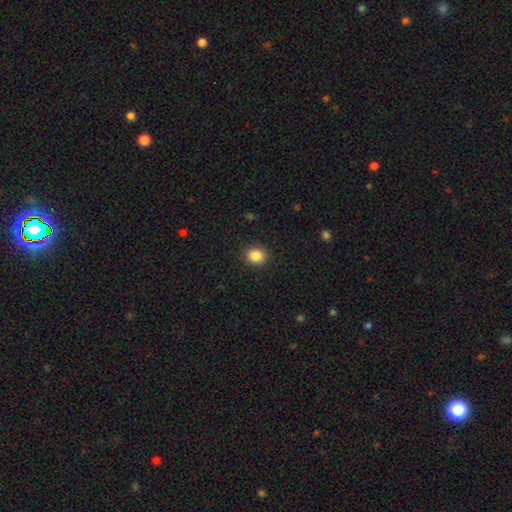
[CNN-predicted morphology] A smooth galaxy with no disk features (86%) that is round (74%). Merging: none (91%).